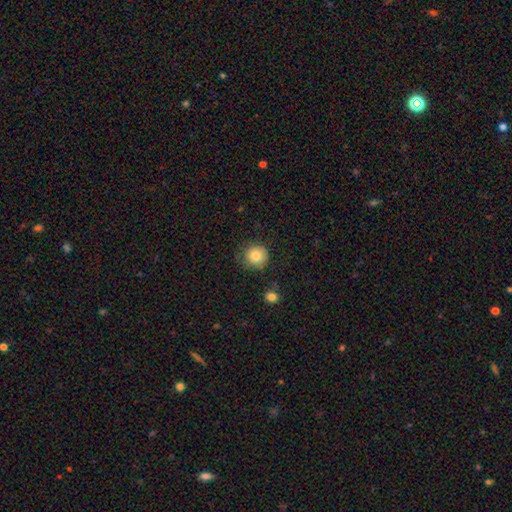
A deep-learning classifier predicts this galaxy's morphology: A smooth galaxy with no disk features (83%) that is round (92%). Merging: none (80%).